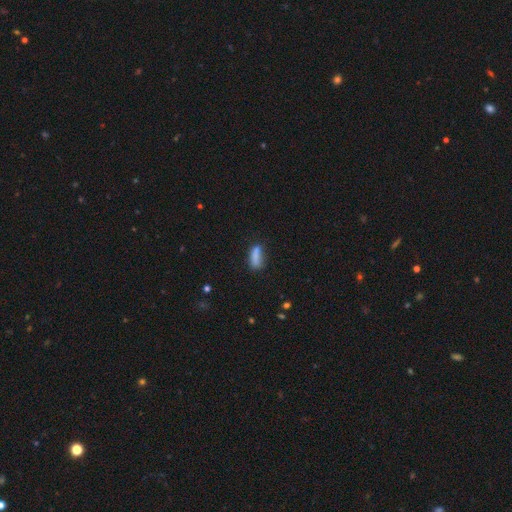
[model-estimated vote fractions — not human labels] This is likely a smooth galaxy (80%). How rounded: possibly in between (54%). Merging: possibly none (58%).